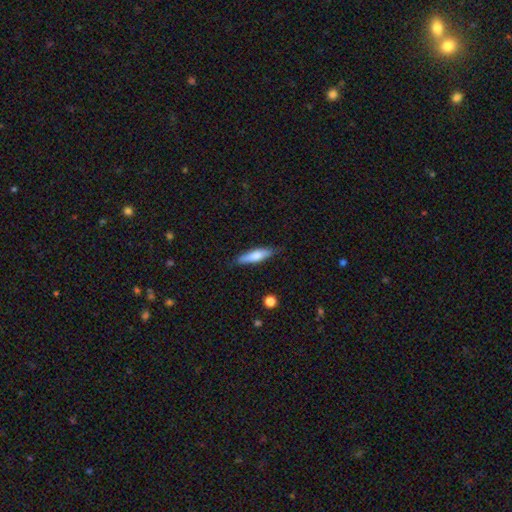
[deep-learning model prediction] Smooth or featured? smooth (71%)
How rounded? cigar-shaped (71%)
Merging? none (81%)